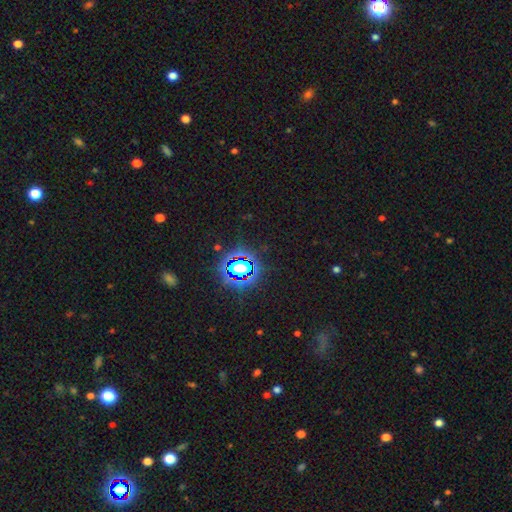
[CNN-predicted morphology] Overall: star or artifact (81%).